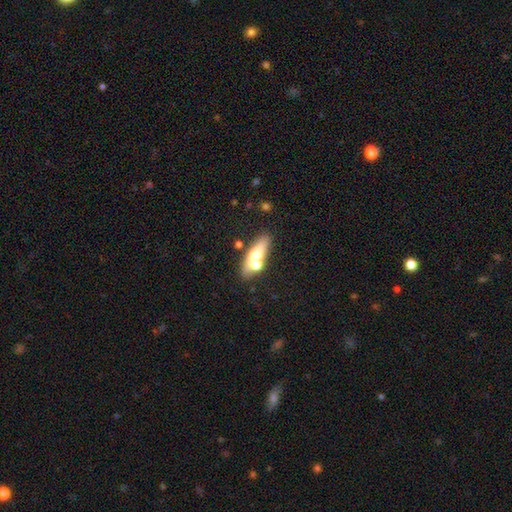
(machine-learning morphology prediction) Q: Smooth or featured?
A: smooth (56%); runner-up: featured or disk (36%)
Q: How rounded?
A: in between (55%); runner-up: cigar-shaped (39%)
Q: Merging?
A: none (55%); runner-up: merger (28%)